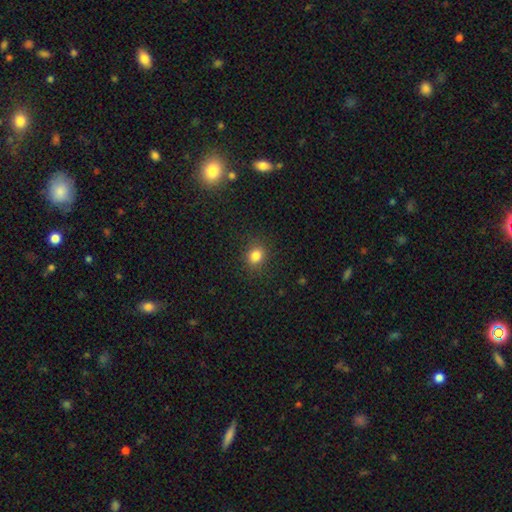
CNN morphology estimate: This is clearly a smooth galaxy (83%). How rounded: likely round (66%). Merging: clearly none (87%).